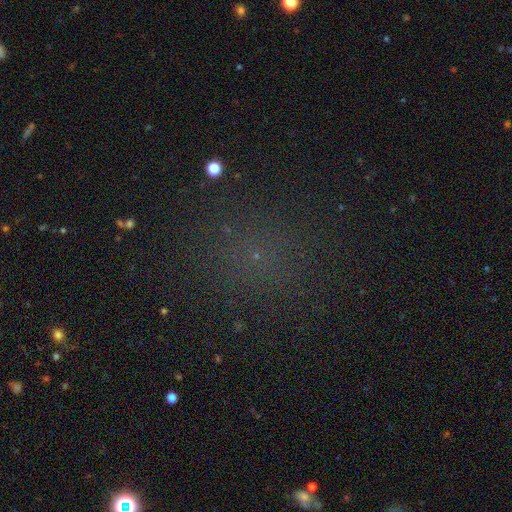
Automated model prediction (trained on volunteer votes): The model was most divided on "smooth or featured": smooth: 47%, star or artifact: 45%, featured or disk: 8%. More confident: merging — none (85%).